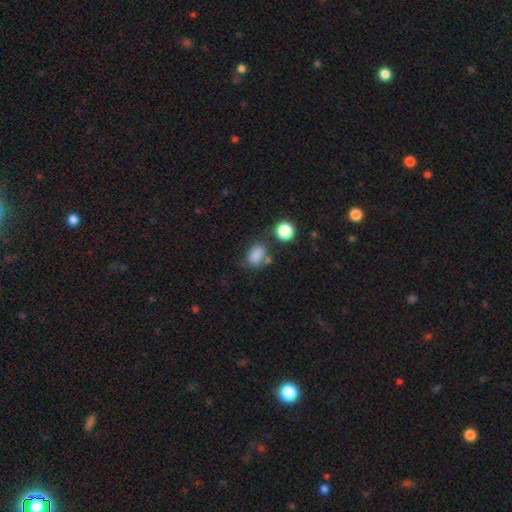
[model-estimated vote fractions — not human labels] Smooth or featured? Predicted: smooth (p=0.83). How rounded? Predicted: in between (p=0.77). Merging? Predicted: none (p=0.59).